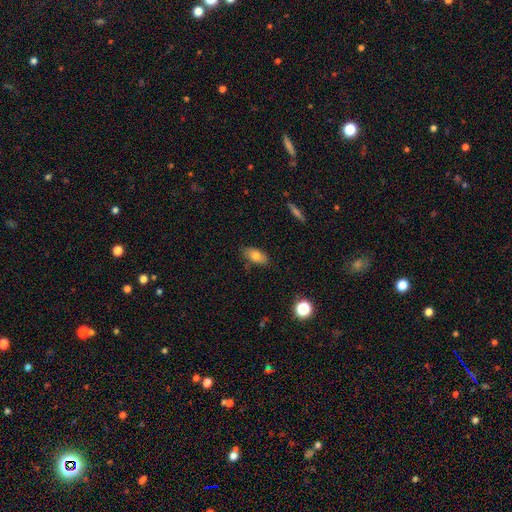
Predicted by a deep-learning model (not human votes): This is likely a smooth galaxy (77%). How rounded: clearly in between (88%). Merging: likely none (80%).